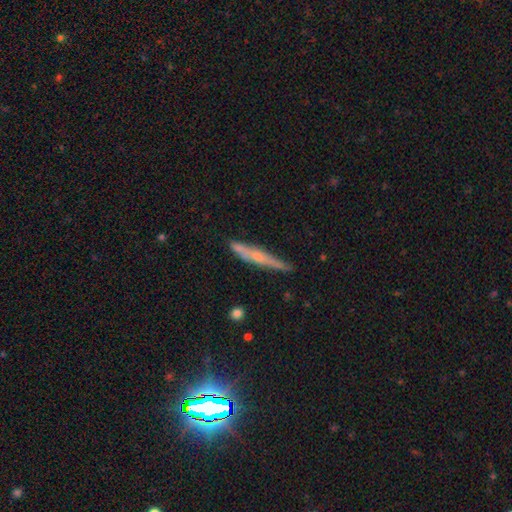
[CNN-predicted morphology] The model was most divided on "edge-on bulge": rounded: 56%, none: 36%, boxy: 8%. More confident: edge-on disk — yes (93%); merging — none (78%); smooth or featured — featured or disk (55%).